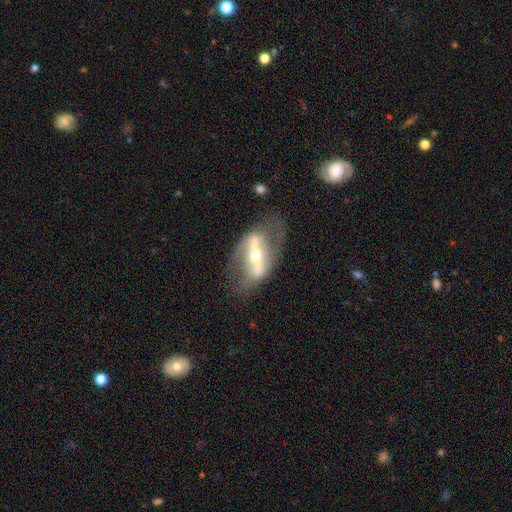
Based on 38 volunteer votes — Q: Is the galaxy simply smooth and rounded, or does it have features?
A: featured or disk — 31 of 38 (82%).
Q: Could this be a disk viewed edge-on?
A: no — 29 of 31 (94%).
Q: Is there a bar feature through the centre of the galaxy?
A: strong — 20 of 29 (69%).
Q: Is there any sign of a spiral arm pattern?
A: yes — 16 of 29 (55%).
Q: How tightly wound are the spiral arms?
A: medium — 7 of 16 (44%, tied with loose).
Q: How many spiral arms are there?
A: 2 — 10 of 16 (62%).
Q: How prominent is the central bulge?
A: small — 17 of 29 (59%).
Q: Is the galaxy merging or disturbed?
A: none — 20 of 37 (54%).